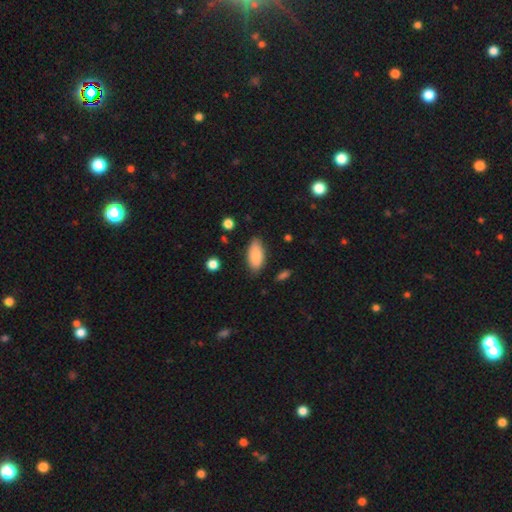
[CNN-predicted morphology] smooth-or-featured: smooth: 85% | featured or disk: 8% | star or artifact: 6%
  how-rounded: in between: 90% | cigar-shaped: 8% | round: 2%
  merging: none: 82% | minor disturbance: 13% | major disturbance: 3% | merger: 2%